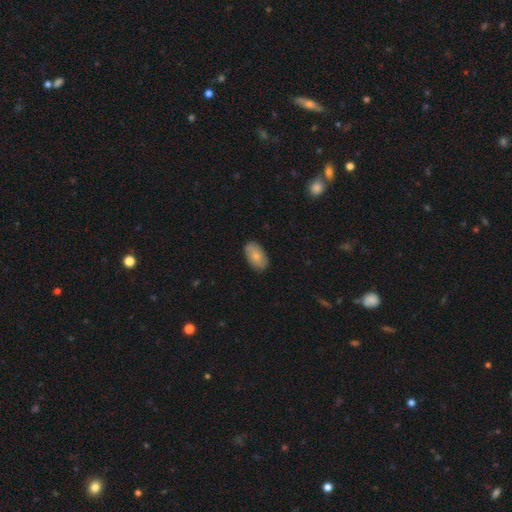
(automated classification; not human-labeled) The model was most divided on "smooth or featured": smooth: 80%, featured or disk: 14%, star or artifact: 6%. More confident: how rounded — in between (94%); merging — none (84%).